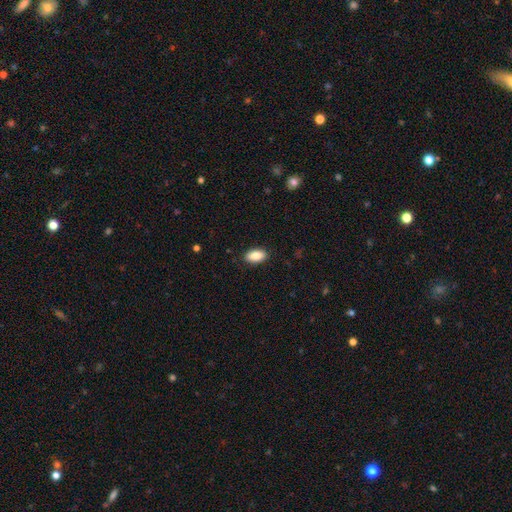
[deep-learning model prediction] This appears to be a smooth galaxy with no disk features (87%) that is in between round and cigar-shaped (93%). Merging: none (88%).